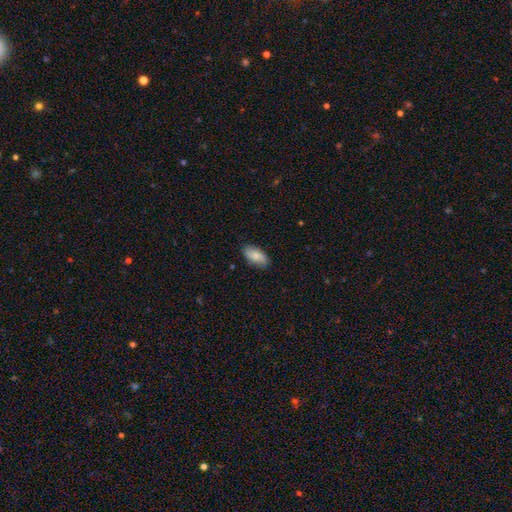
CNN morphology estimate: Q: Smooth or featured?
A: smooth (79%); runner-up: featured or disk (15%)
Q: How rounded?
A: in between (91%); runner-up: cigar-shaped (6%)
Q: Merging?
A: none (84%); runner-up: minor disturbance (13%)